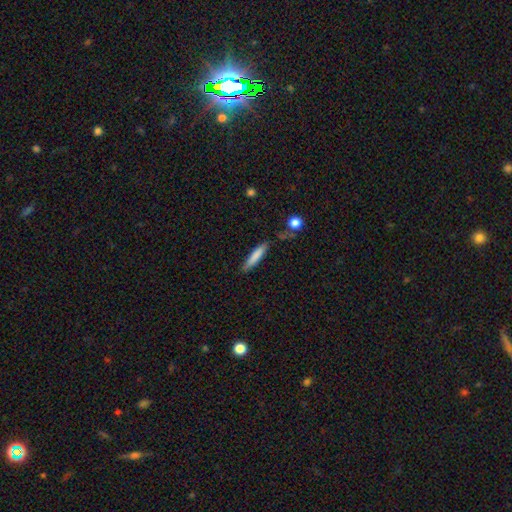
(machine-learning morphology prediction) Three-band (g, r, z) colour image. It shows a smooth galaxy with no disk features (78%) that is cigar-shaped (88%). Merging: none (75%).